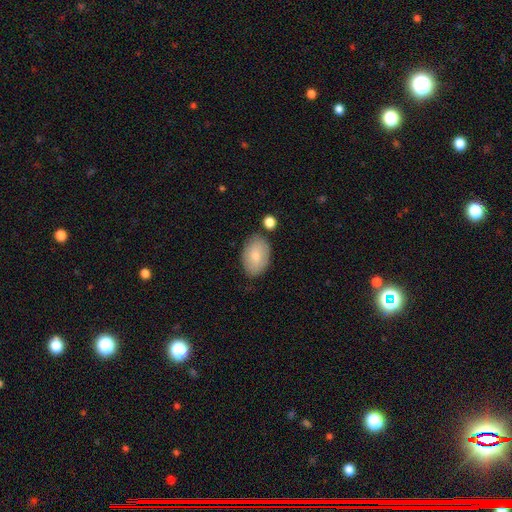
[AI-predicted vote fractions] smooth_or_featured: smooth (p=0.78) [alt: featured or disk p=0.15]
how_rounded: in between (p=0.90) [alt: round p=0.09]
merging: none (p=0.76) [alt: minor disturbance p=0.16]